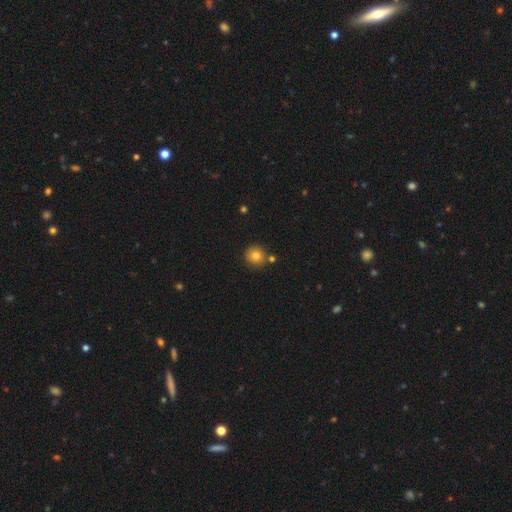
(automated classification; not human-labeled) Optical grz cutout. It shows a smooth galaxy with no disk features (80%) that is round (93%). Merging: none (81%).